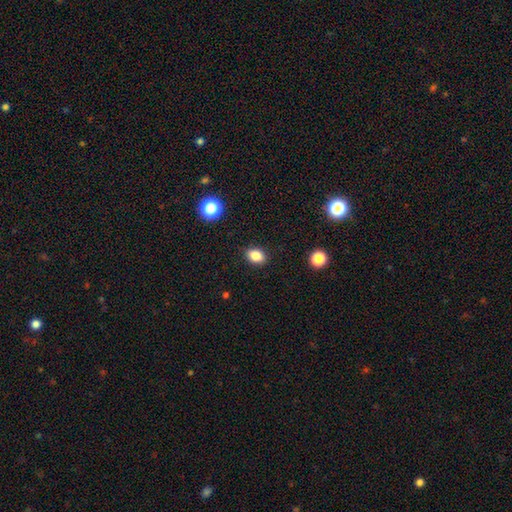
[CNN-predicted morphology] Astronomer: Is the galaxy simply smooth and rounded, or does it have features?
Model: smooth — 84%.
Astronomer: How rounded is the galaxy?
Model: in between — 71%.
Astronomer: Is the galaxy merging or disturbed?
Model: none — 89%.